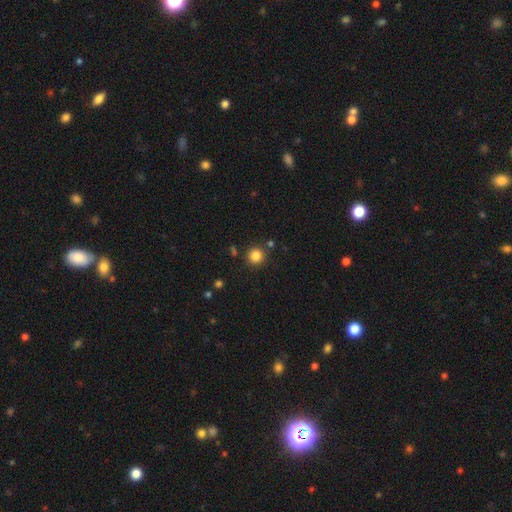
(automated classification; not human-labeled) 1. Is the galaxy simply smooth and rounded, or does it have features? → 84% smooth, 12% star or artifact, 4% featured or disk.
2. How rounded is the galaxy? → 93% round, 6% in between, 1% cigar-shaped.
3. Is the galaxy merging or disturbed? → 86% none, 7% minor disturbance, 4% merger, 2% major disturbance.